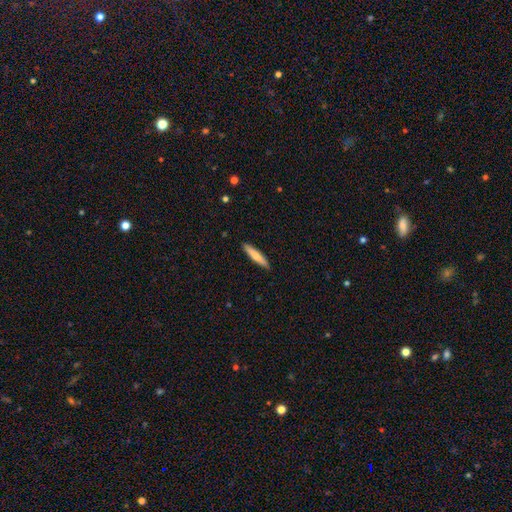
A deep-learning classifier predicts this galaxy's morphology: type=smooth (74%); roundness=cigar-shaped (89%); merging=none (90%).